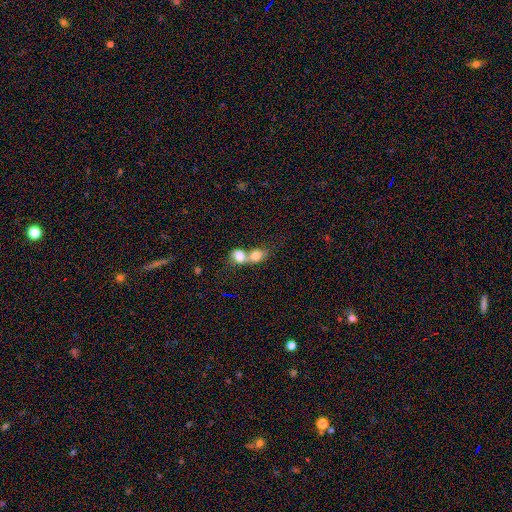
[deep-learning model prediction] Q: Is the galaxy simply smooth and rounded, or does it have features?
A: smooth — 77%.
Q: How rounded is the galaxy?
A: in between — 53%.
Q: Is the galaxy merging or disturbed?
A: merger — 78%.